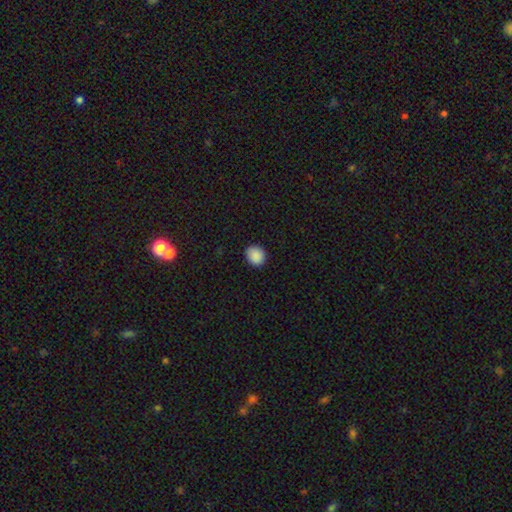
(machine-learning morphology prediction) smooth 89%, star or artifact 9%, featured or disk 2%. Down the decision tree: how rounded — round (77%); merging — none (89%).